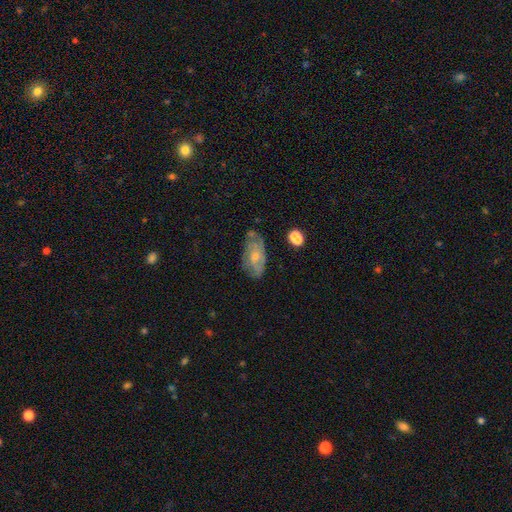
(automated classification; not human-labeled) Q: Smooth or featured?
A: featured or disk (66%); runner-up: smooth (26%)
Q: Edge-on disk?
A: no (93%); runner-up: yes (7%)
Q: Bar?
A: no (73%); runner-up: weak (24%)
Q: Spiral arms?
A: yes (77%); runner-up: no (23%)
Q: Bulge size?
A: small (48%); runner-up: moderate (45%)
Q: Merging?
A: none (65%); runner-up: minor disturbance (24%)